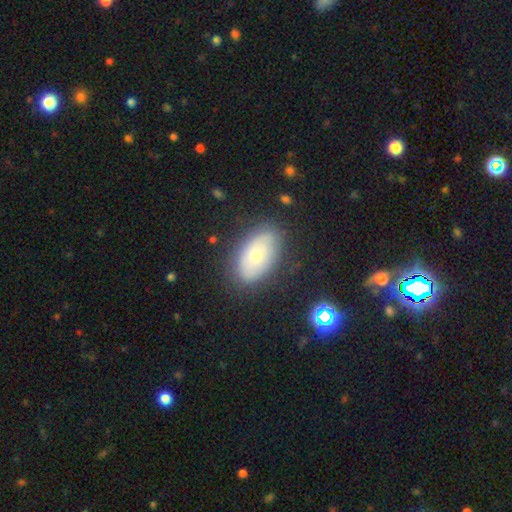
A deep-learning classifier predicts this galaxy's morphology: The model was most divided on "smooth or featured": smooth: 52%, featured or disk: 39%, star or artifact: 9%. More confident: how rounded — in between (91%); merging — none (78%).